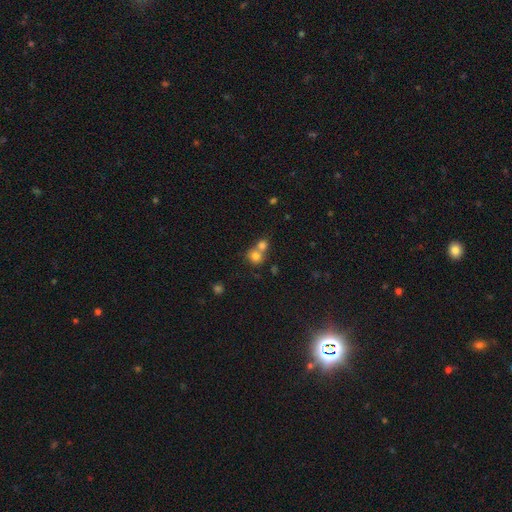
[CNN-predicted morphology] Smooth or featured: smooth — 77% (star or artifact — 12%)
How rounded: round — 81% (in between — 18%)
Merging: merger — 57% (none — 35%)